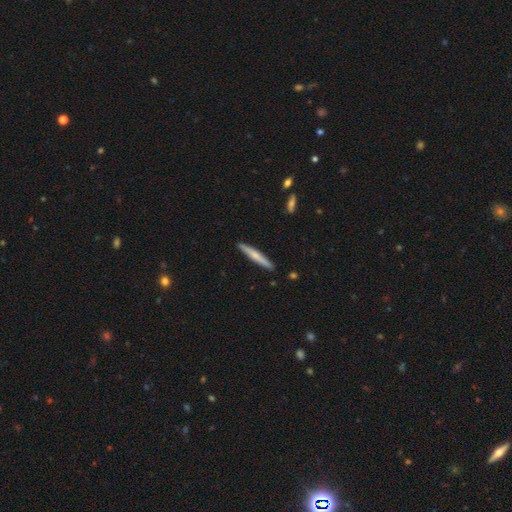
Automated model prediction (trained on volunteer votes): Smooth or featured: smooth — 51% (featured or disk — 44%)
How rounded: cigar-shaped — 95% (in between — 4%)
Merging: none — 90% (minor disturbance — 7%)